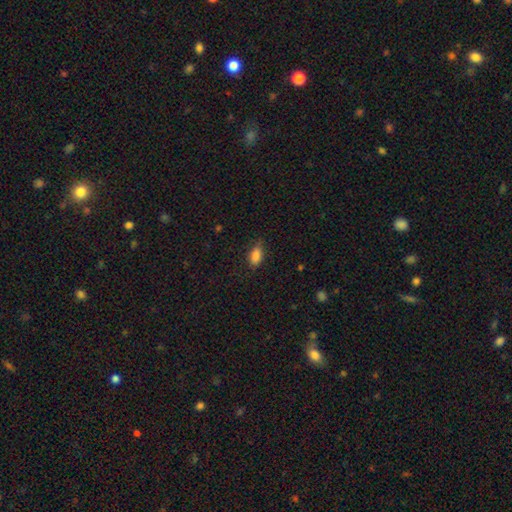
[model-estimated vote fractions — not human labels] This is clearly a smooth galaxy (84%). How rounded: clearly in between (87%). Merging: likely none (73%).